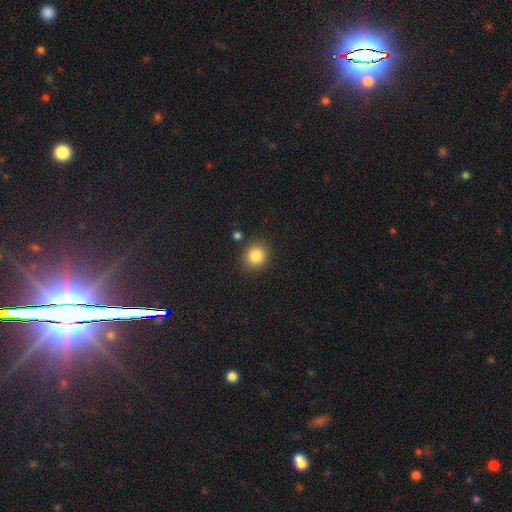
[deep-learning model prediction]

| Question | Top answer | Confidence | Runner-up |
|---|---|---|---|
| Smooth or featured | smooth | 85% | star or artifact (10%) |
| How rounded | round | 89% | in between (10%) |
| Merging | none | 87% | minor disturbance (7%) |